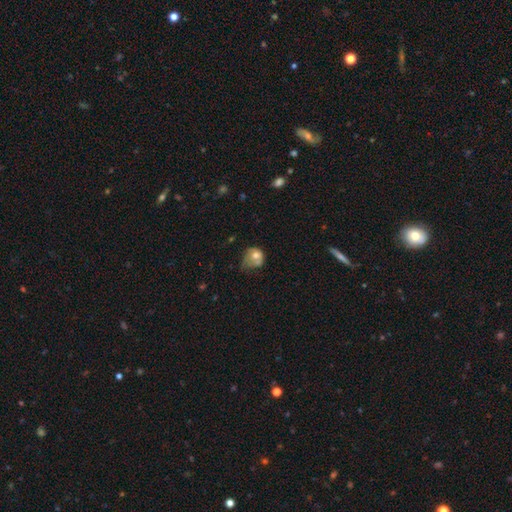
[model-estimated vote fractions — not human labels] smooth 62%, featured or disk 29%, star or artifact 9%. Down the decision tree: how rounded — round (62%); merging — major disturbance (32%).